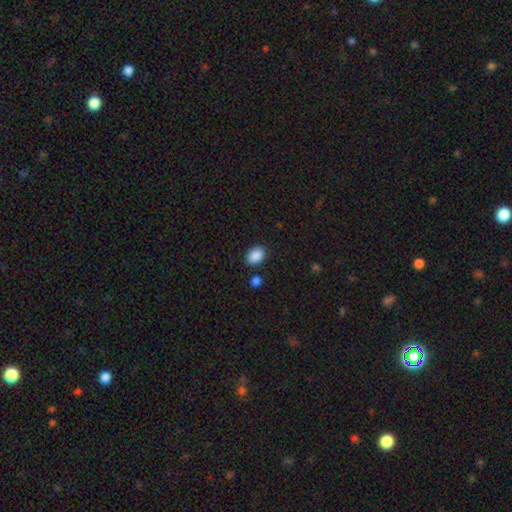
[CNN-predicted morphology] A smooth galaxy with no disk features (89%) that is in between round and cigar-shaped (76%). Merging: none (84%).